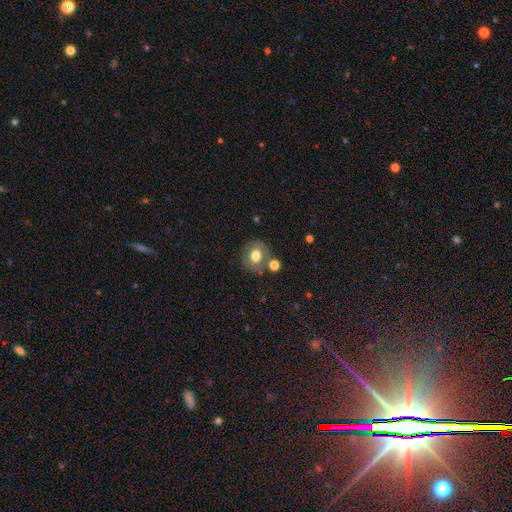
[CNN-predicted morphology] Smooth or featured?
  - smooth: 66% *
  - featured or disk: 24%
  - star or artifact: 10%
How rounded?
  - round: 74% *
  - in between: 25%
  - cigar-shaped: 1%
Merging?
  - none: 70% *
  - minor disturbance: 14%
  - merger: 11%
  - major disturbance: 5%